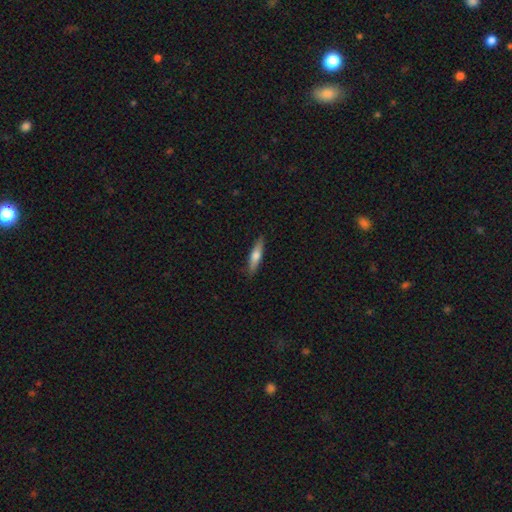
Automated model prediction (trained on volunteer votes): A smooth galaxy with no disk features (60%) that is cigar-shaped (77%). Merging: none (88%).